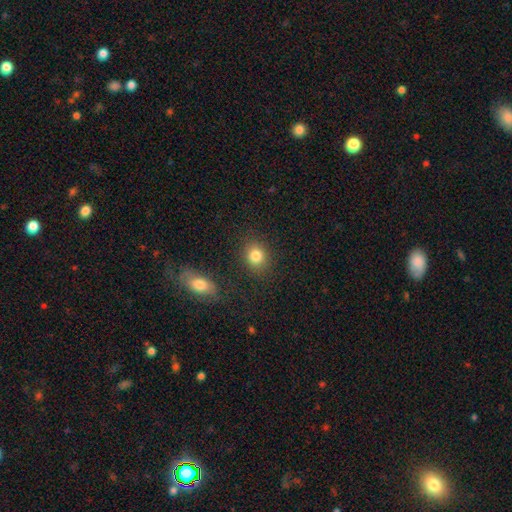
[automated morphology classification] Smooth or featured? Predicted: smooth (p=0.83). How rounded? Predicted: round (p=0.70). Merging? Predicted: none (p=0.84).